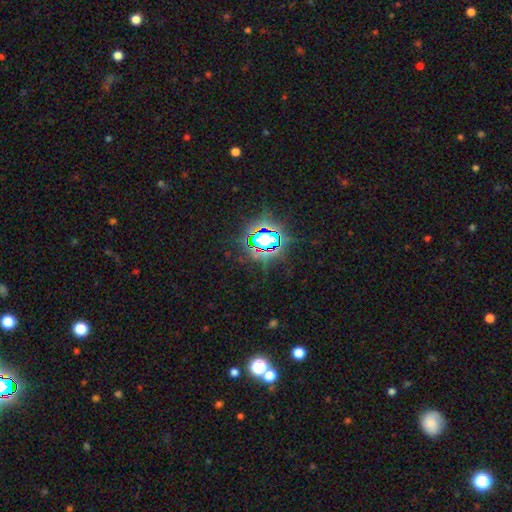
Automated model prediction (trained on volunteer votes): The model was most divided on "smooth or featured": star or artifact: 80%, smooth: 12%, featured or disk: 7%.